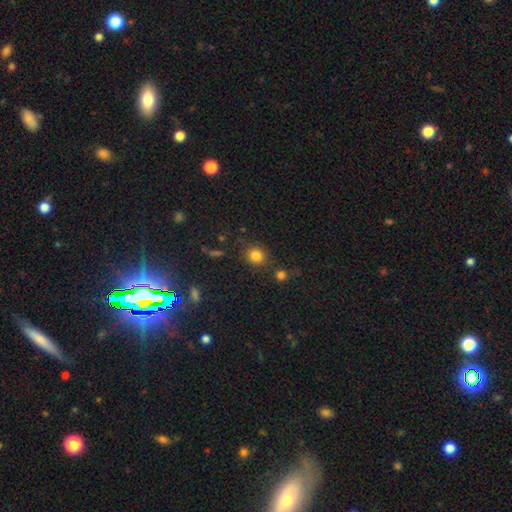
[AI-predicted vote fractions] This is clearly a smooth galaxy (82%). How rounded: clearly round (82%). Merging: likely none (79%).